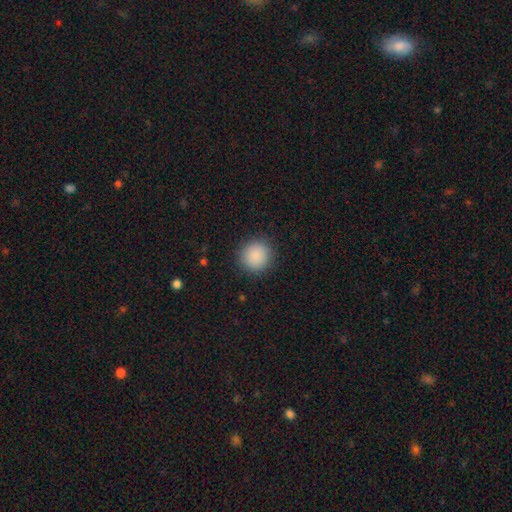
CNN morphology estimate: This is clearly a smooth galaxy (88%). How rounded: clearly round (92%). Merging: clearly none (90%).